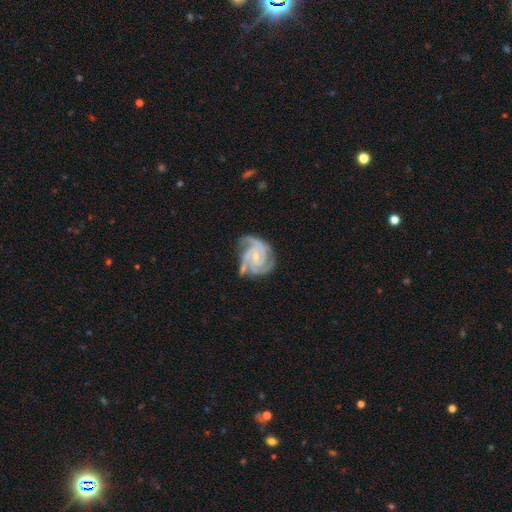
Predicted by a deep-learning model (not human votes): Overall: featured or disk (93%). Edge-on disk: no (98%). Bar: no (62%; weak 28%). Spiral arms: yes (99%). Spiral arm count: 3 (63%). Spiral winding: tight (66%; medium 31%). Bulge size: small (66%; moderate 30%). Merging: none (67%).